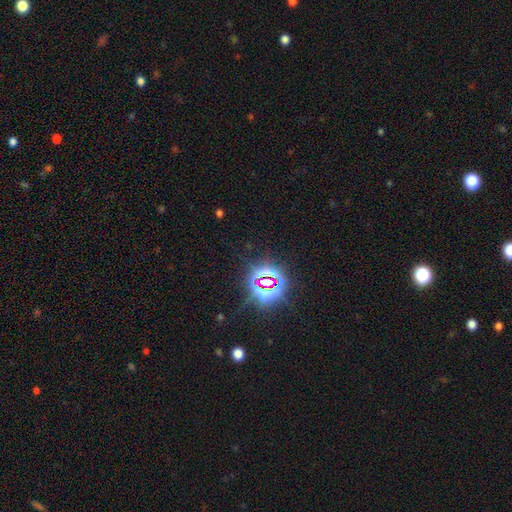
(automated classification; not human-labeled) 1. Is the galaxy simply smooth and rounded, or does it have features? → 82% star or artifact, 12% smooth, 7% featured or disk.